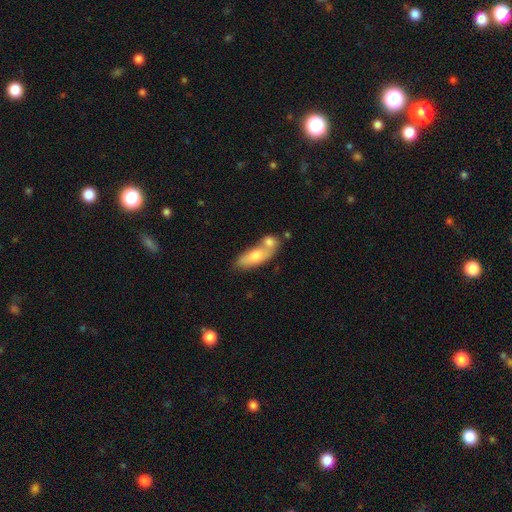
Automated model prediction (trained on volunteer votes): Morphology: type=smooth (65%); roundness=in between (68%); merging=merger (49%).